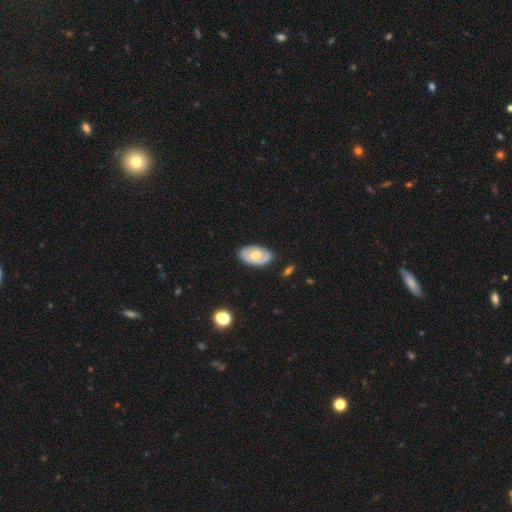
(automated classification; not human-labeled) The model was most divided on "smooth or featured": featured or disk: 50%, smooth: 45%, star or artifact: 6%. More confident: merging — none (77%).